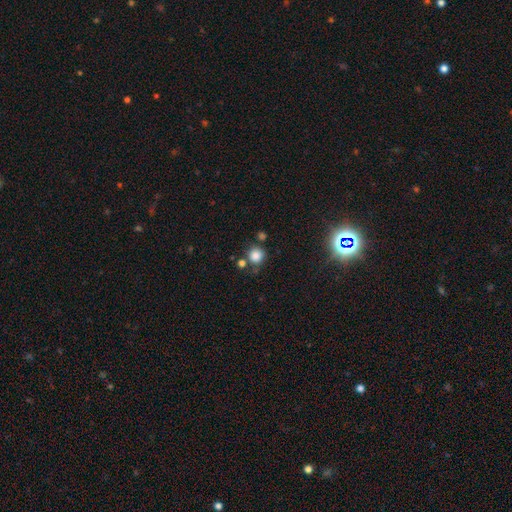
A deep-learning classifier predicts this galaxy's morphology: A smooth galaxy with no disk features (84%) that is round (92%).

Vote fractions:
- Smooth or featured? smooth: 84% / star or artifact: 11% / featured or disk: 5%
- How rounded? round: 92% / in between: 7% / cigar-shaped: 1%
- Merging? none: 72% / minor disturbance: 12% / merger: 11% / major disturbance: 5%